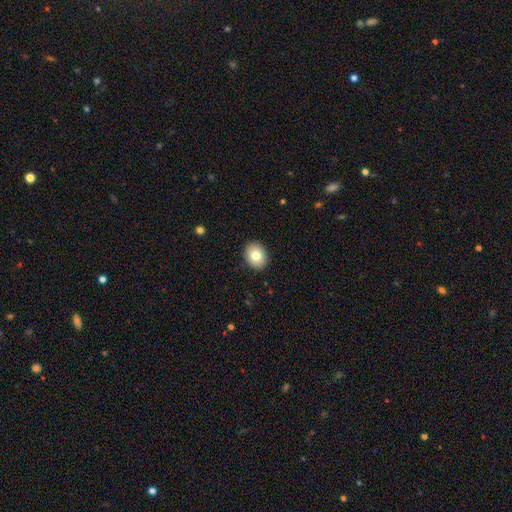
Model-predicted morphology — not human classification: Overall: smooth (79%). How rounded: in between (55%; round 44%). Merging: none (90%).